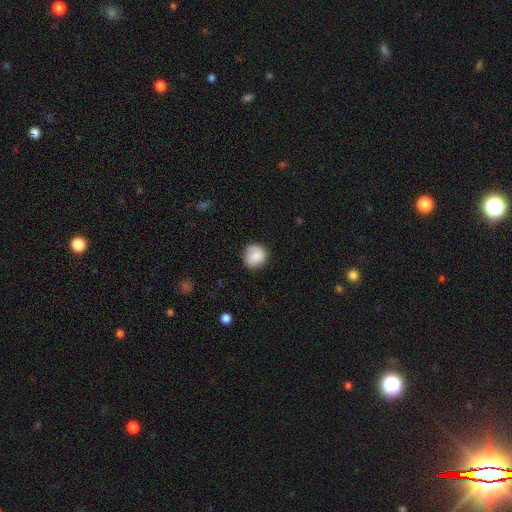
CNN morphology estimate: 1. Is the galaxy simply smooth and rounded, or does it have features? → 82% smooth, 11% featured or disk, 7% star or artifact.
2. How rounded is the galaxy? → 83% round, 16% in between, 1% cigar-shaped.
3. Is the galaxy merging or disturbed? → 77% none, 17% minor disturbance, 5% major disturbance, 1% merger.